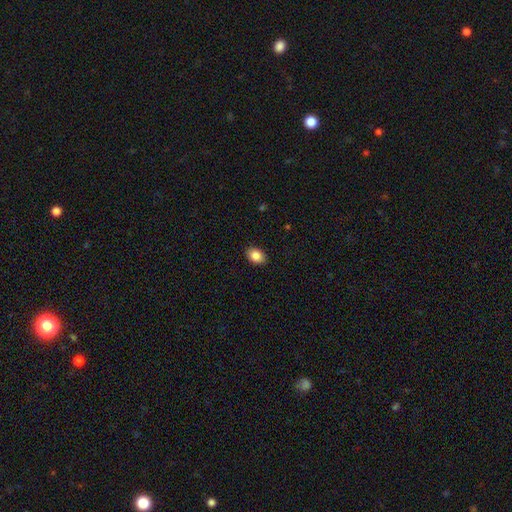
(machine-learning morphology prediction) Smooth or featured: smooth — 86% (star or artifact — 8%)
How rounded: in between — 78% (round — 21%)
Merging: none — 89% (minor disturbance — 8%)